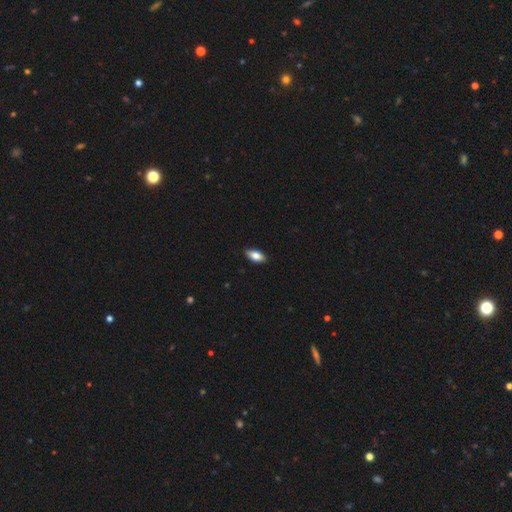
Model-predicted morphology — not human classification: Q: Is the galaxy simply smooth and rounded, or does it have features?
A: smooth — 80%.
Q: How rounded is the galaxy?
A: in between — 90%.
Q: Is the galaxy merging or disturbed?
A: none — 89%.